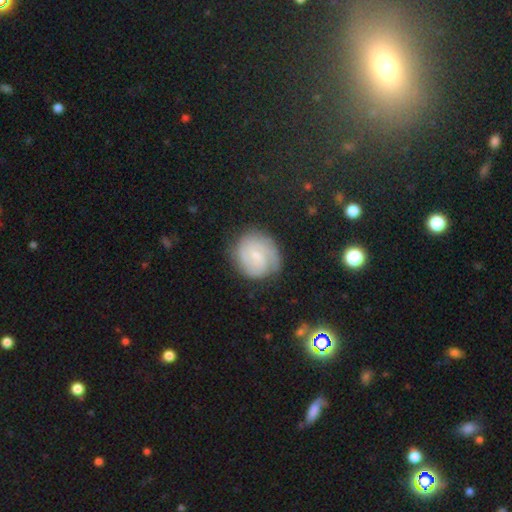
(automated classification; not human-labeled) A featured or disk galaxy (67%) with no bar (51%), 2 (36%) tight (62%) spiral arms (93%) and a small central bulge (75%).

Vote fractions:
- Smooth or featured? featured or disk: 67% / smooth: 25% / star or artifact: 8%
- Edge-on disk? no: 98% / yes: 2%
- Bar? no: 51% / weak: 43% / strong: 7%
- Spiral arms? yes: 93% / no: 7%
- Spiral winding? tight: 62% / medium: 30% / loose: 8%
- Spiral arm count? 2: 36% / can't tell: 32% / 3: 17% / 1: 6% / 4: 5% / more than 4: 4%
- Bulge size? small: 75% / moderate: 16% / none: 6% / large: 1% / dominant: 1%
- Merging? none: 75% / minor disturbance: 17% / major disturbance: 6% / merger: 2%